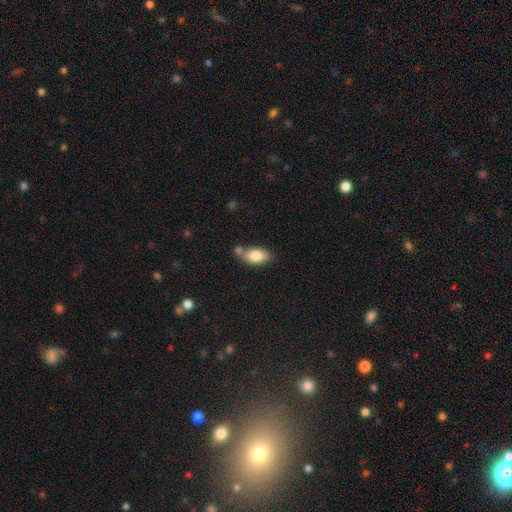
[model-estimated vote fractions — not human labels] Morphology: type=smooth (80%); roundness=in between (89%); merging=none (48%).